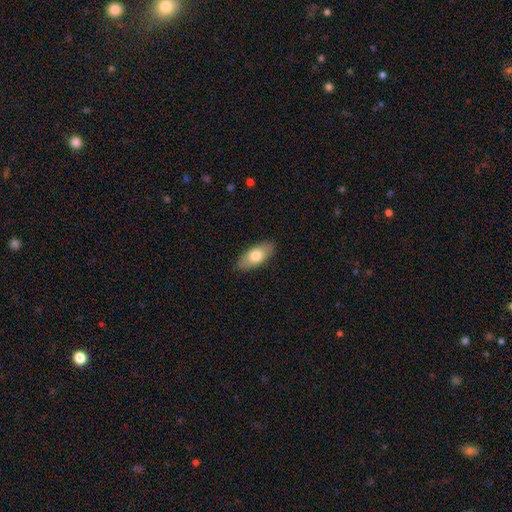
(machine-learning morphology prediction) A smooth galaxy with no disk features (73%) that is in between round and cigar-shaped (86%).

Vote fractions:
- Smooth or featured? smooth: 73% / featured or disk: 21% / star or artifact: 6%
- How rounded? in between: 86% / cigar-shaped: 11% / round: 3%
- Merging? none: 87% / minor disturbance: 10% / major disturbance: 2% / merger: 1%